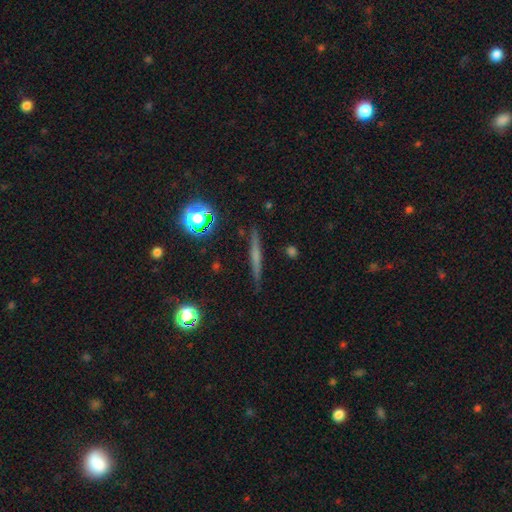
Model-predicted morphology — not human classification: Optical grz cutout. It shows a featured or disk galaxy (47%). Merging: none (89%).